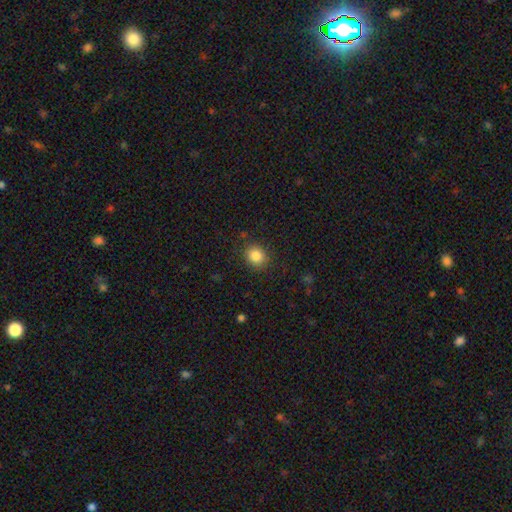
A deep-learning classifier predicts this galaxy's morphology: smooth-or-featured: smooth: 85% | star or artifact: 10% | featured or disk: 5%
  how-rounded: round: 76% | in between: 23% | cigar-shaped: 1%
  merging: none: 86% | minor disturbance: 10% | major disturbance: 3% | merger: 1%